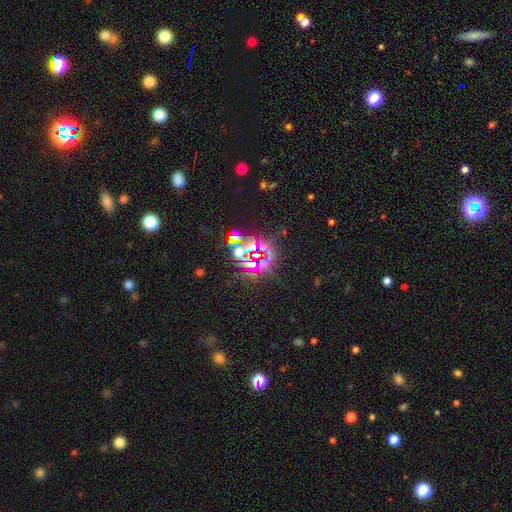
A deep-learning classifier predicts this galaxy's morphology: A star or artifact, not a galaxy (80%).

Vote fractions:
- Smooth or featured? star or artifact: 80% / smooth: 11% / featured or disk: 9%